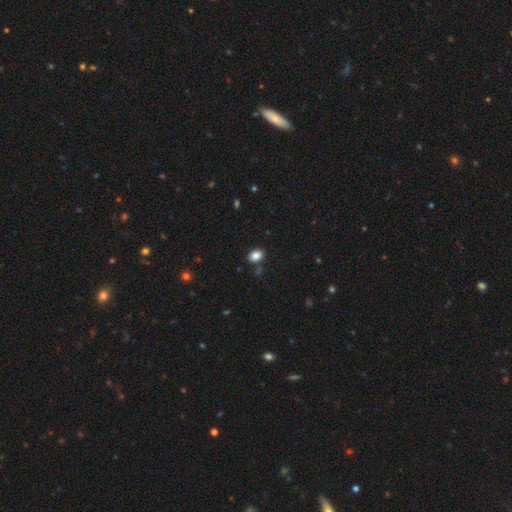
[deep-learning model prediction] Q: Smooth or featured?
A: smooth (85%); runner-up: star or artifact (10%)
Q: How rounded?
A: in between (77%); runner-up: round (22%)
Q: Merging?
A: none (84%); runner-up: minor disturbance (10%)